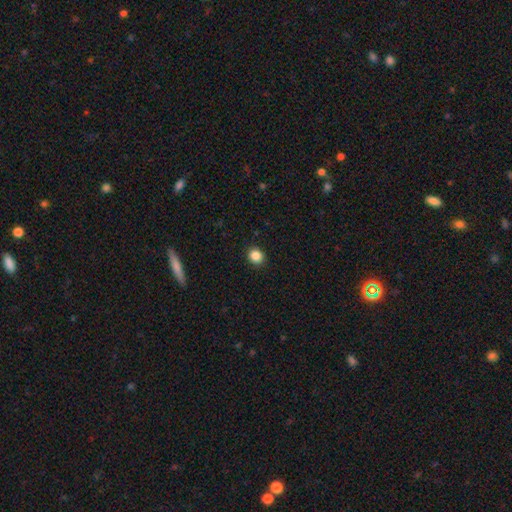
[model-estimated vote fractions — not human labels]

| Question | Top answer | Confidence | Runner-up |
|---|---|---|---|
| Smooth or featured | smooth | 86% | star or artifact (11%) |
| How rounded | round | 81% | in between (18%) |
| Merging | none | 91% | minor disturbance (6%) |